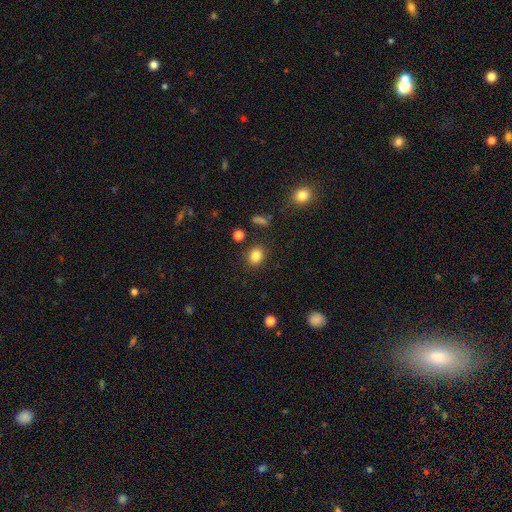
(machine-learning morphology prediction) smooth-or-featured: smooth: 83% | star or artifact: 11% | featured or disk: 5%
  how-rounded: round: 68% | in between: 31% | cigar-shaped: 1%
  merging: none: 86% | minor disturbance: 8% | merger: 3% | major disturbance: 3%